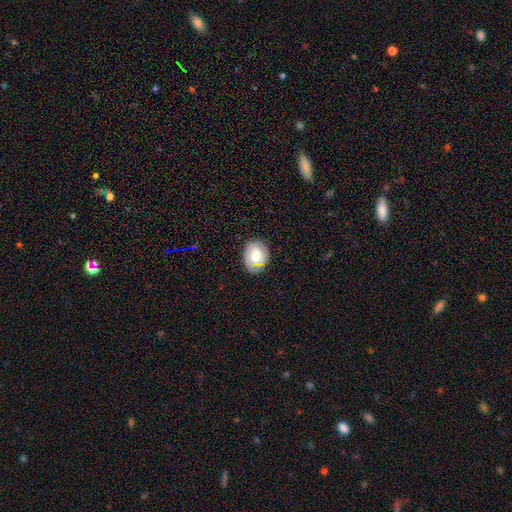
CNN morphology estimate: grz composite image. It shows a smooth galaxy with no disk features (55%) that is round (51%). Merging: none (77%).